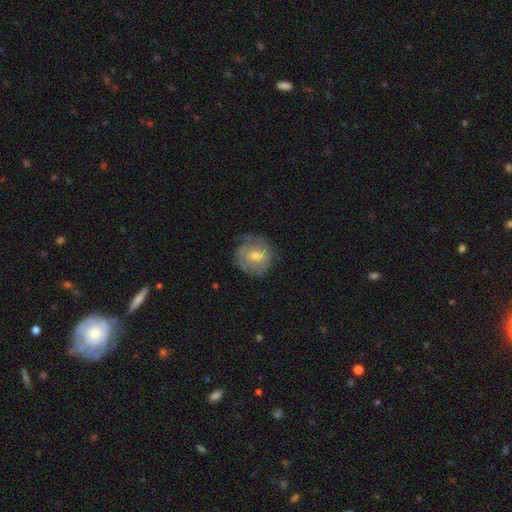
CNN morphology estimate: This appears to be a featured or disk galaxy (62%) with no bar (48%), spiral arms (81%) and a small central bulge (51%). Merging: none (65%).